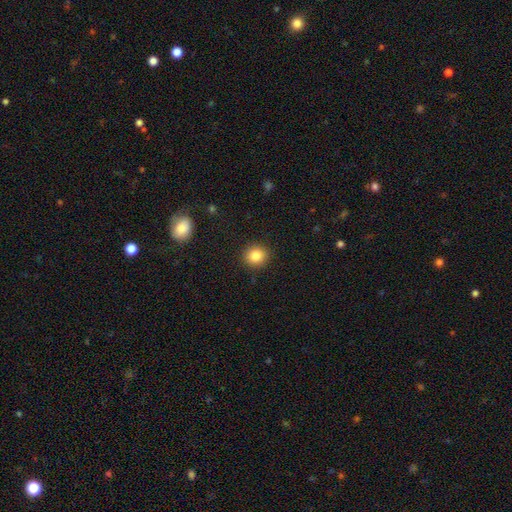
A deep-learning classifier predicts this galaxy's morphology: Q: Smooth or featured?
A: smooth (85%); runner-up: star or artifact (10%)
Q: How rounded?
A: round (87%); runner-up: in between (12%)
Q: Merging?
A: none (91%); runner-up: minor disturbance (6%)